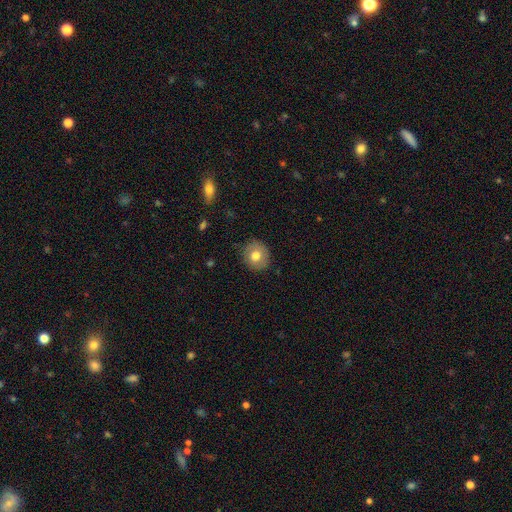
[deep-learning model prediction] Morphology: type=smooth (74%); roundness=round (84%); merging=none (85%).